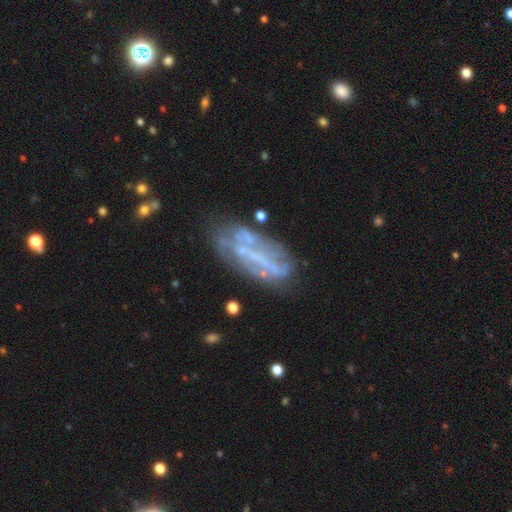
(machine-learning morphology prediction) Overall: featured or disk (67%). Edge-on disk: no (82%). Bar: strong (39%; no 37%). Spiral arms: no (67%; yes 33%). Bulge size: none (61%; small 26%). Merging: none (56%; minor disturbance 22%).